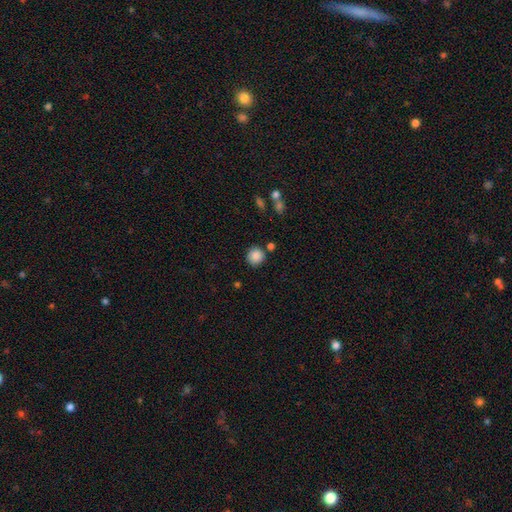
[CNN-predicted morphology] Smooth or featured? smooth (87%)
How rounded? round (90%)
Merging? none (82%)